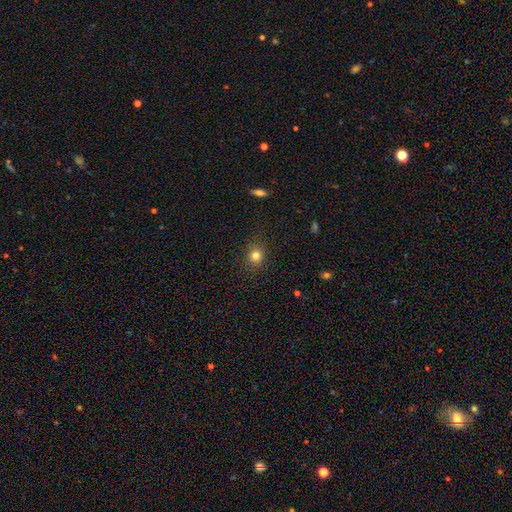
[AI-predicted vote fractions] This is clearly a smooth galaxy (80%). How rounded: clearly round (81%). Merging: clearly none (87%).